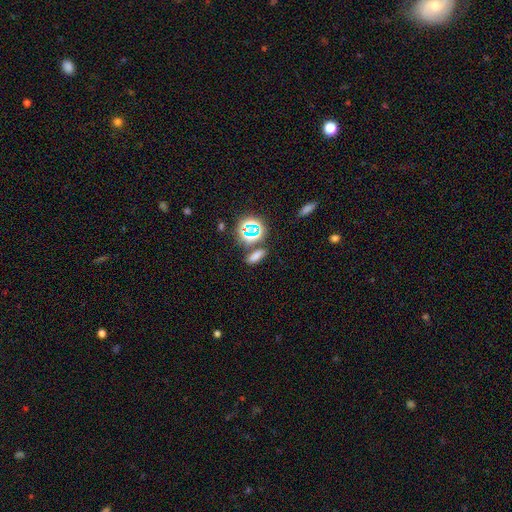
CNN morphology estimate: Smooth or featured? smooth (66%)
How rounded? in between (59%)
Merging? none (76%)